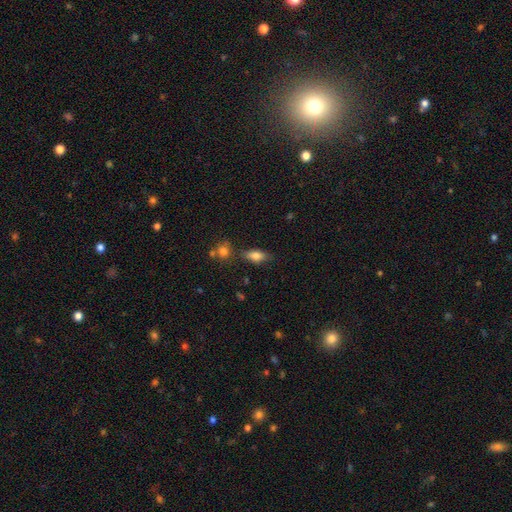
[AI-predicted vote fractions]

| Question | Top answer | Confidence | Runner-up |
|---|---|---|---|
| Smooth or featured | smooth | 79% | featured or disk (12%) |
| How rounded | in between | 81% | cigar-shaped (12%) |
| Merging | none | 72% | minor disturbance (17%) |